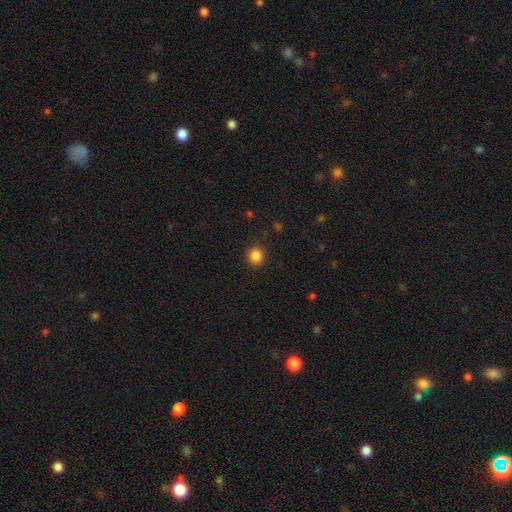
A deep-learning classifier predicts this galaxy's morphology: Smooth or featured: smooth — 86% (star or artifact — 11%)
How rounded: round — 82% (in between — 18%)
Merging: none — 89% (minor disturbance — 7%)